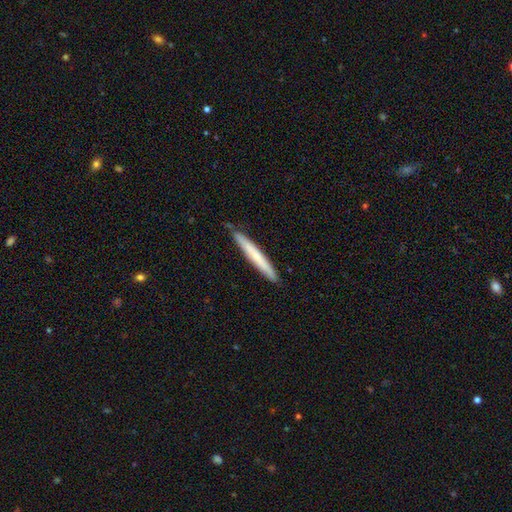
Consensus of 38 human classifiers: smooth-or-featured: smooth: 68% | featured or disk: 26% | star or artifact: 5%
  how-rounded: cigar-shaped: 92% | in between: 8% | round: 0%
  merging: none: 94% | minor disturbance: 6% | major disturbance: 0% | merger: 0%